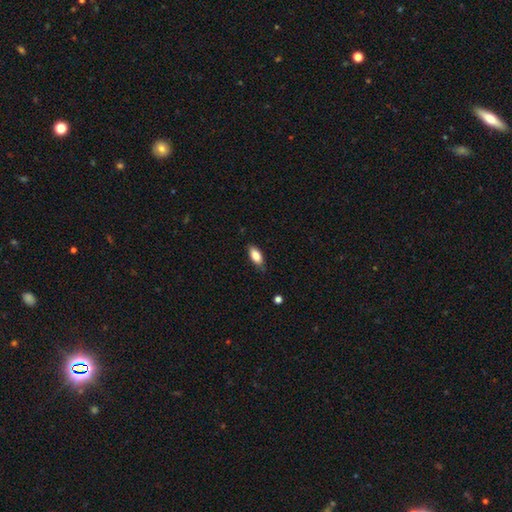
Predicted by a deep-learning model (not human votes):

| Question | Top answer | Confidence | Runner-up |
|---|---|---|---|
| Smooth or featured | smooth | 83% | featured or disk (10%) |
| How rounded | in between | 87% | cigar-shaped (10%) |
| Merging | none | 80% | minor disturbance (16%) |